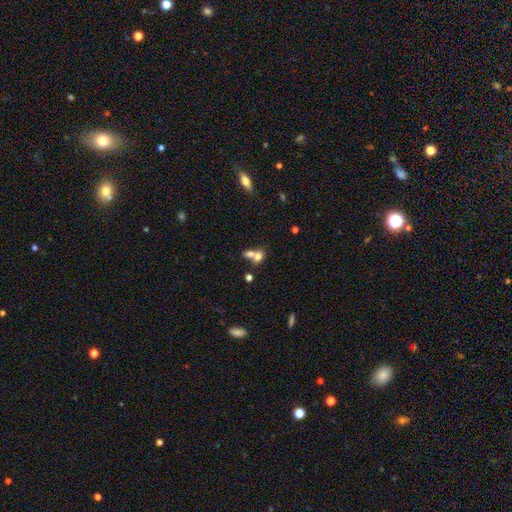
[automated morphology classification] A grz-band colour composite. It shows a smooth galaxy with no disk features (69%) that is in between round and cigar-shaped (61%). Merging: merger (63%).